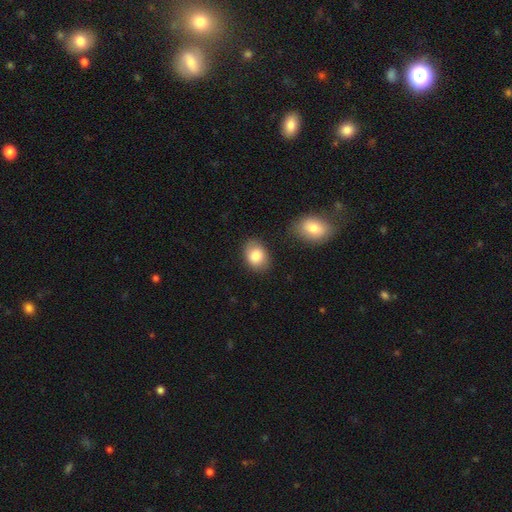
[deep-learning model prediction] A smooth galaxy with no disk features (85%) that is in between round and cigar-shaped (74%). Merging: none (78%).